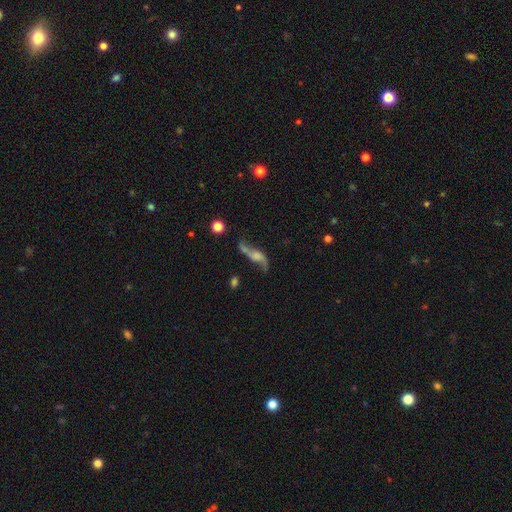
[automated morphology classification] smooth-or-featured: featured or disk: 78% | smooth: 14% | star or artifact: 8%
  disk-edge-on: no: 86% | yes: 14%
    bar: no: 58% | weak: 32% | strong: 10%
    has-spiral-arms: yes: 91% | no: 9%
      spiral-winding: loose: 91% | medium: 7% | tight: 2%
      spiral-arm-count: 2: 91% | 1: 4% | can't tell: 2% | 3: 1% | 4: 1% | more than 4: 1%
    bulge-size: none: 41% | small: 23% | moderate: 21% | large: 11% | dominant: 3%
  merging: none: 55% | minor disturbance: 19% | major disturbance: 15% | merger: 10%